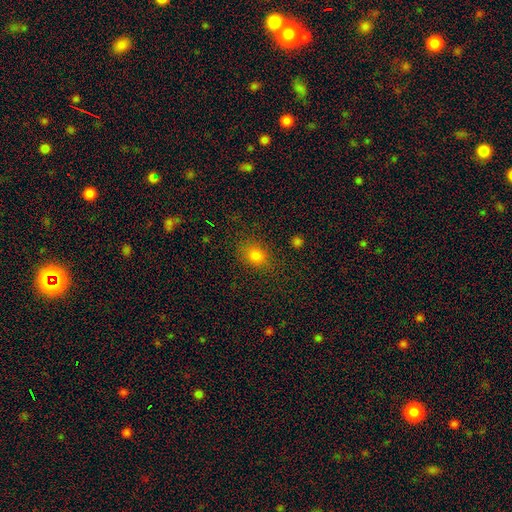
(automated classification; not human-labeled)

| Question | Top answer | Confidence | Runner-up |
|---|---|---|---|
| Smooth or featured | smooth | 79% | star or artifact (14%) |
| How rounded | in between | 51% | round (48%) |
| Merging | none | 79% | minor disturbance (14%) |